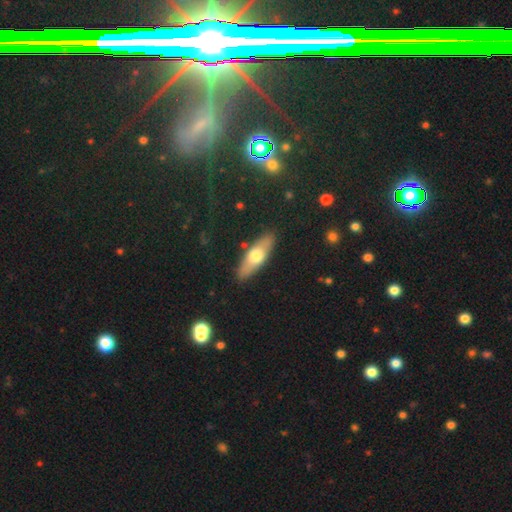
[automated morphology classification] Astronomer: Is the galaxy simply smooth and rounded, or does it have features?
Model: smooth — 58% (runner-up: featured or disk, 36%).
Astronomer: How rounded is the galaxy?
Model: in between — 53% (runner-up: cigar-shaped, 44%).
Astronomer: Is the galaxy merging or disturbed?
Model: none — 87%.